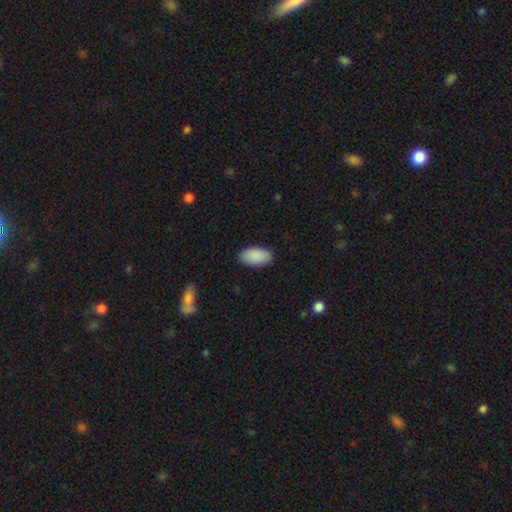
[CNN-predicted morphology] Smooth or featured?
  - smooth: 90% *
  - star or artifact: 6%
  - featured or disk: 4%
How rounded?
  - in between: 95% *
  - round: 3%
  - cigar-shaped: 2%
Merging?
  - none: 88% *
  - minor disturbance: 9%
  - major disturbance: 2%
  - merger: 1%